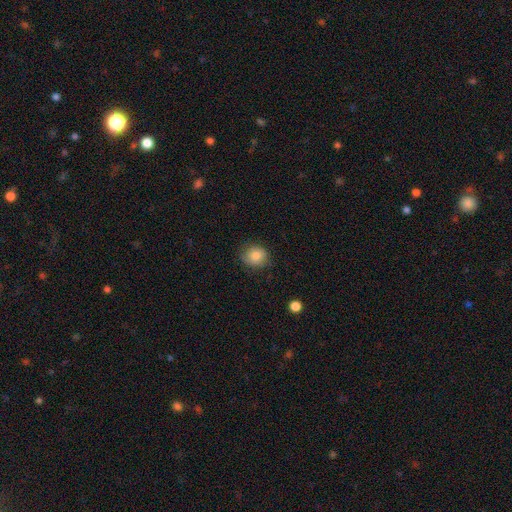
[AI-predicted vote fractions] Q: Smooth or featured?
A: smooth (83%); runner-up: featured or disk (9%)
Q: How rounded?
A: round (76%); runner-up: in between (23%)
Q: Merging?
A: none (77%); runner-up: minor disturbance (18%)